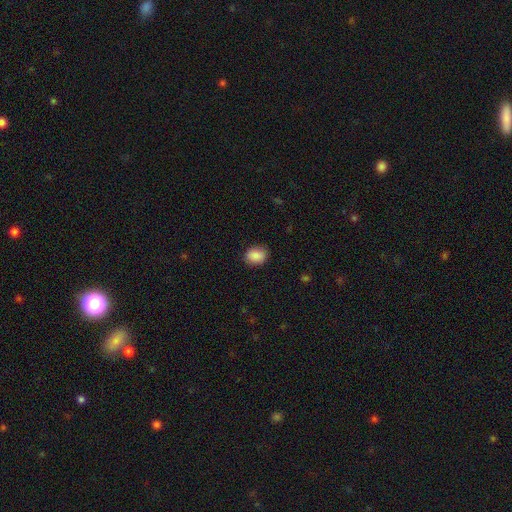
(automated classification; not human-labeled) Smooth or featured? smooth (88%)
How rounded? in between (59%)
Merging? none (86%)